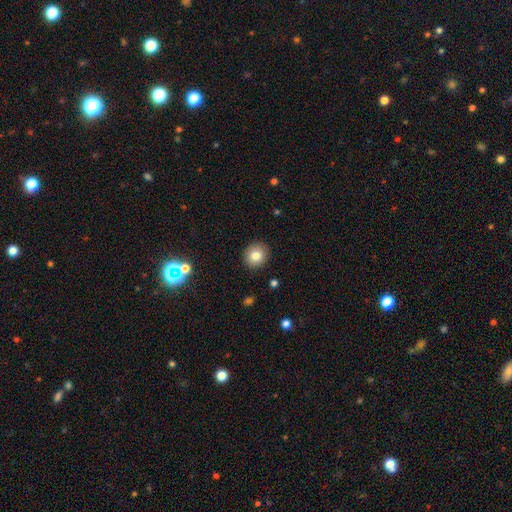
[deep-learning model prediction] smooth-or-featured: smooth: 81% | star or artifact: 10% | featured or disk: 9%
  how-rounded: round: 87% | in between: 12% | cigar-shaped: 1%
  merging: none: 91% | minor disturbance: 6% | major disturbance: 2% | merger: 1%